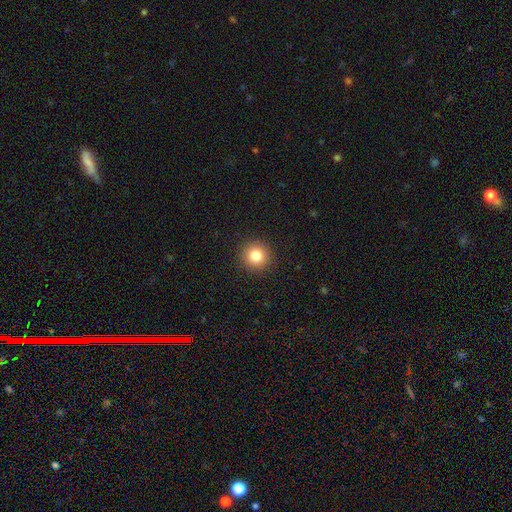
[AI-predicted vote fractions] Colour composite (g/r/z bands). It shows a smooth galaxy with no disk features (82%) that is round (95%). Merging: none (92%).